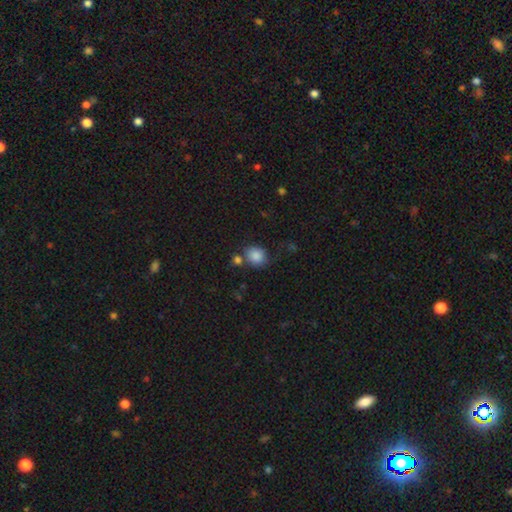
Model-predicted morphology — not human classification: A smooth galaxy with no disk features (86%) that is round (74%). Merging: none (66%).